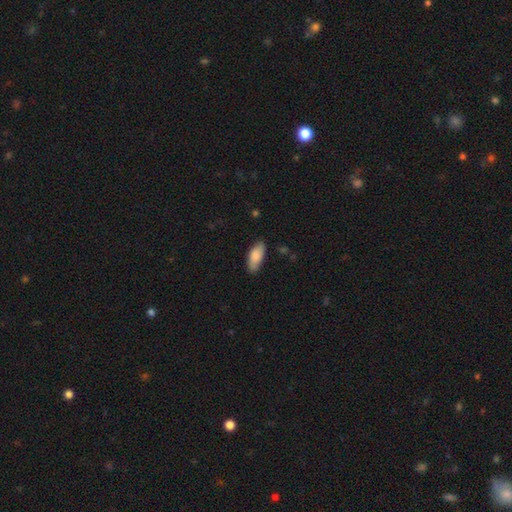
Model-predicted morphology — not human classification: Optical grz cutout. It shows a smooth galaxy with no disk features (82%) that is in between round and cigar-shaped (86%). Merging: none (76%).